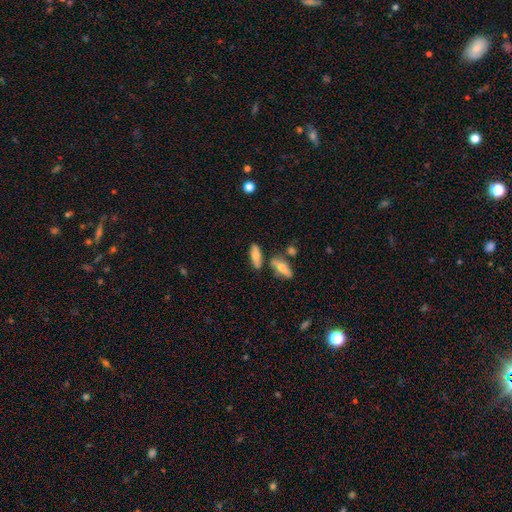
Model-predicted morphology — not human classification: The model was most divided on "how rounded": in between: 58%, cigar-shaped: 39%, round: 3%. More confident: smooth or featured — smooth (68%); merging — none (67%).